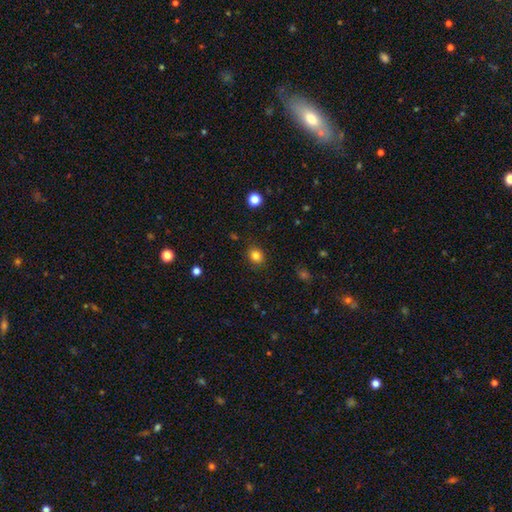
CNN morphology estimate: Smooth or featured?
  - smooth: 83% *
  - star or artifact: 12%
  - featured or disk: 5%
How rounded?
  - round: 67% *
  - in between: 32%
  - cigar-shaped: 1%
Merging?
  - none: 87% *
  - minor disturbance: 9%
  - major disturbance: 3%
  - merger: 1%